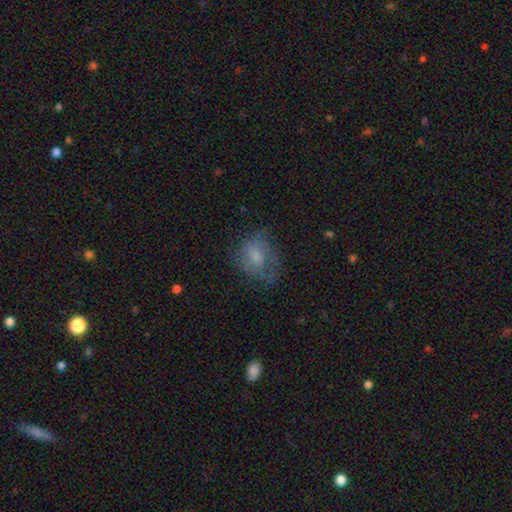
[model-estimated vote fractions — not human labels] Smooth or featured: smooth — 52% (featured or disk — 38%)
How rounded: round — 55% (in between — 43%)
Merging: none — 54% (minor disturbance — 25%)